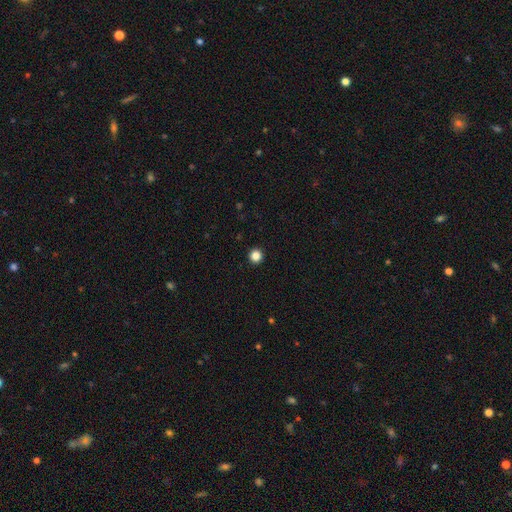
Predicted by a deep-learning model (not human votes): Q: Smooth or featured?
A: smooth (85%); runner-up: star or artifact (11%)
Q: How rounded?
A: round (96%); runner-up: in between (3%)
Q: Merging?
A: none (94%); runner-up: minor disturbance (4%)